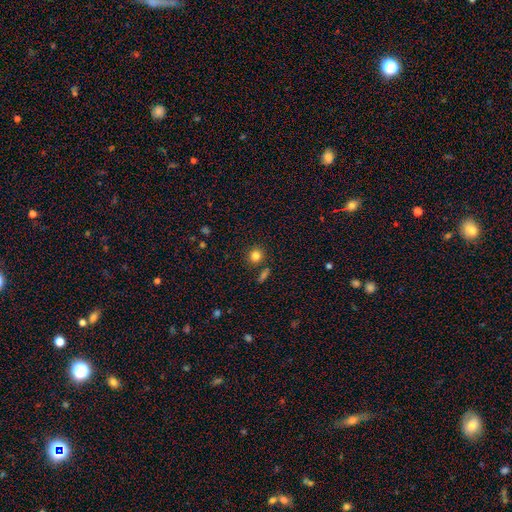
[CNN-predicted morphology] smooth 83%, star or artifact 12%, featured or disk 5%. Down the decision tree: how rounded — round (90%); merging — none (84%).